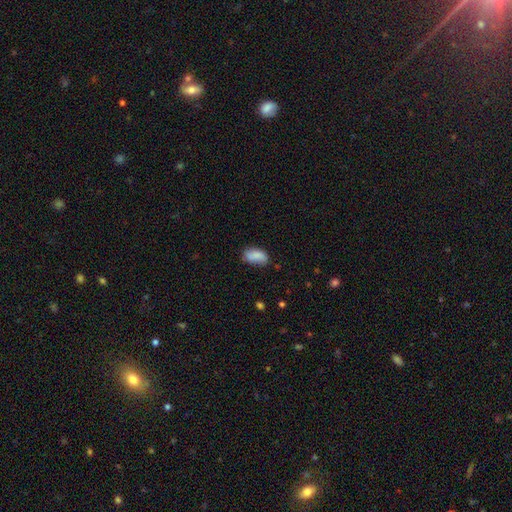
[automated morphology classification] A smooth galaxy with no disk features (81%) that is in between round and cigar-shaped (91%).

Vote fractions:
- Smooth or featured? smooth: 81% / featured or disk: 12% / star or artifact: 8%
- How rounded? in between: 91% / round: 6% / cigar-shaped: 4%
- Merging? none: 62% / minor disturbance: 28% / major disturbance: 7% / merger: 3%